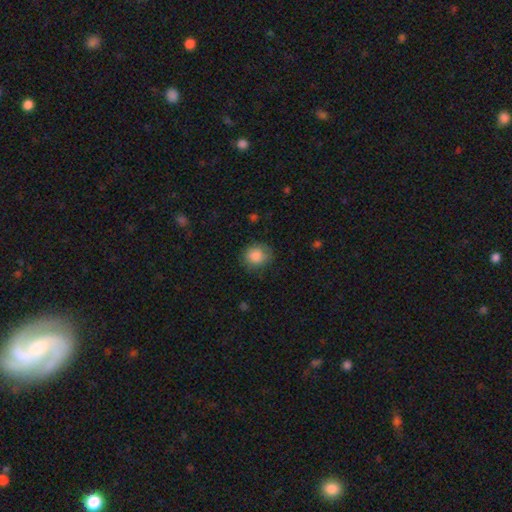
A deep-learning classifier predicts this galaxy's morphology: This is clearly a smooth galaxy (87%). How rounded: likely round (79%). Merging: likely none (74%).